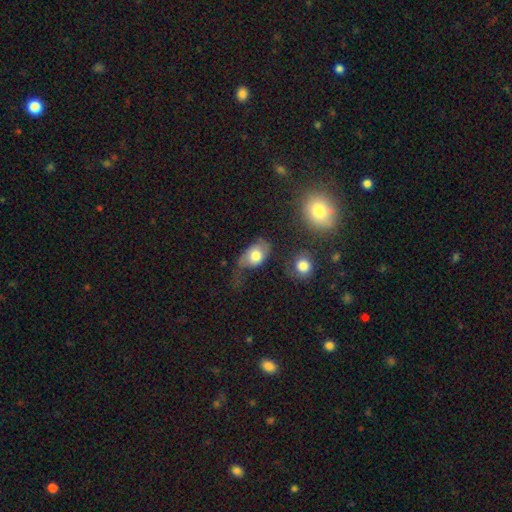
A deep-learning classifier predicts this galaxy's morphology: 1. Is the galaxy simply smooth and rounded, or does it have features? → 68% smooth, 24% featured or disk, 8% star or artifact.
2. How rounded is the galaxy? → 79% in between, 19% round, 2% cigar-shaped.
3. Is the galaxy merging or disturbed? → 34% major disturbance, 31% none, 28% minor disturbance, 7% merger.